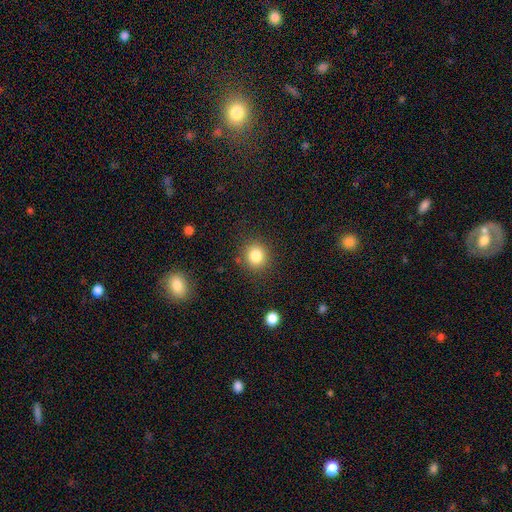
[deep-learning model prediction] A smooth galaxy with no disk features (83%) that is round (85%).

Vote fractions:
- Smooth or featured? smooth: 83% / star or artifact: 11% / featured or disk: 6%
- How rounded? round: 85% / in between: 14% / cigar-shaped: 1%
- Merging? none: 86% / minor disturbance: 9% / major disturbance: 3% / merger: 2%